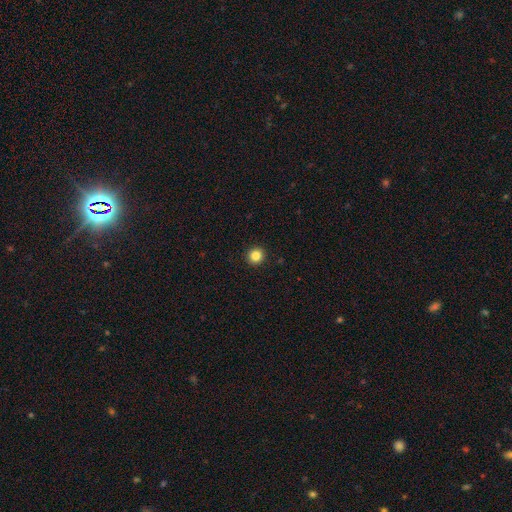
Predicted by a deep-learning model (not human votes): Smooth or featured? smooth (85%)
How rounded? round (95%)
Merging? none (94%)